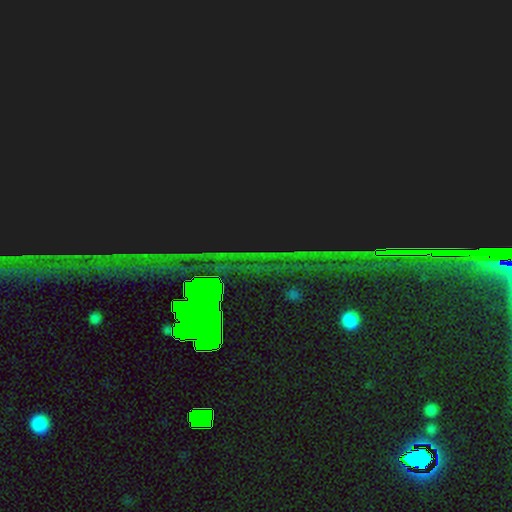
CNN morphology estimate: type=star or artifact (80%).